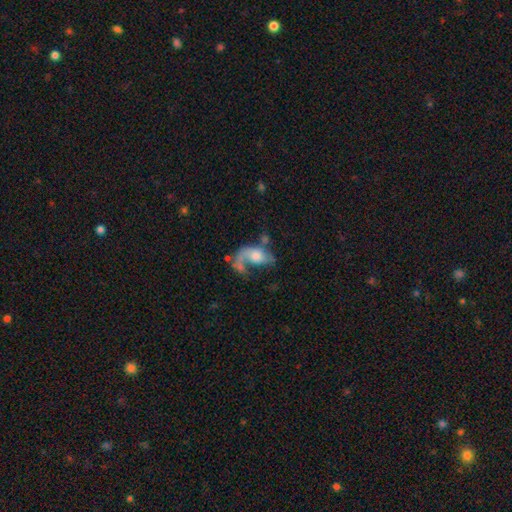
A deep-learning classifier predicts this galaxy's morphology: This appears to be a featured or disk galaxy (58%) with no bar (78%), spiral arms (69%) and a moderate central bulge (45%). Merging: major disturbance (46%).